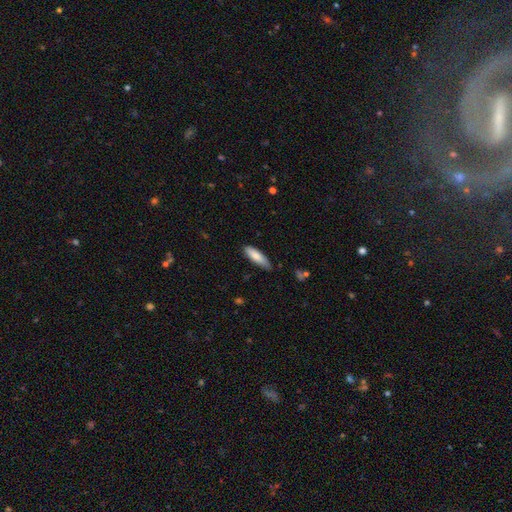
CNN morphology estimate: A smooth galaxy with no disk features (81%) that is cigar-shaped (56%).

Vote fractions:
- Smooth or featured? smooth: 81% / featured or disk: 13% / star or artifact: 6%
- How rounded? cigar-shaped: 56% / in between: 43% / round: 1%
- Merging? none: 79% / minor disturbance: 18% / major disturbance: 2% / merger: 1%